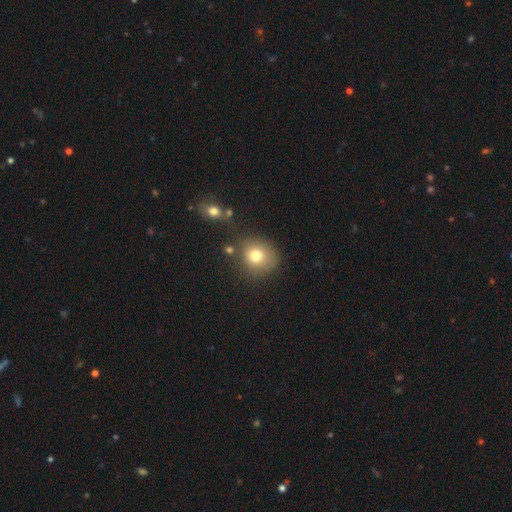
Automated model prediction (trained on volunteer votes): Overall: smooth (76%). How rounded: round (83%). Merging: none (70%).